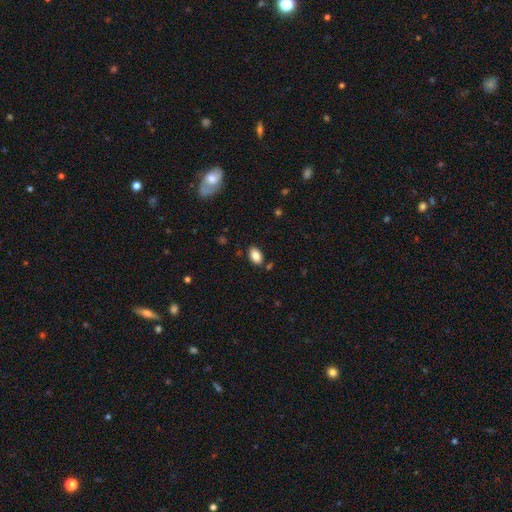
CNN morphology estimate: Smooth or featured: smooth — 85% (star or artifact — 8%)
How rounded: in between — 91% (round — 8%)
Merging: none — 83% (minor disturbance — 11%)